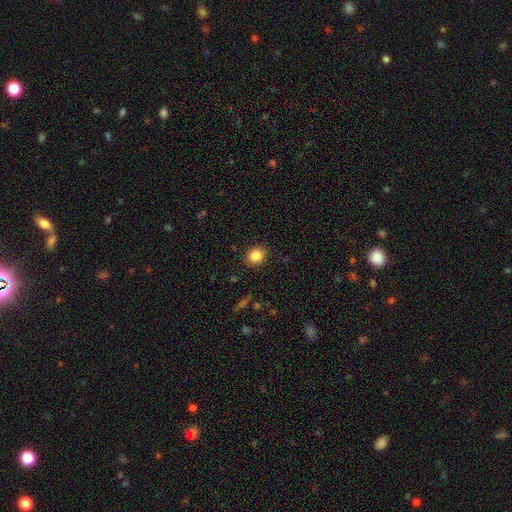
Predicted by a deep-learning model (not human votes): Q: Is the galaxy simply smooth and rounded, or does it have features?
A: smooth — 85%.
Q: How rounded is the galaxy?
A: round — 69%.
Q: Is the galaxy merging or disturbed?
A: none — 89%.